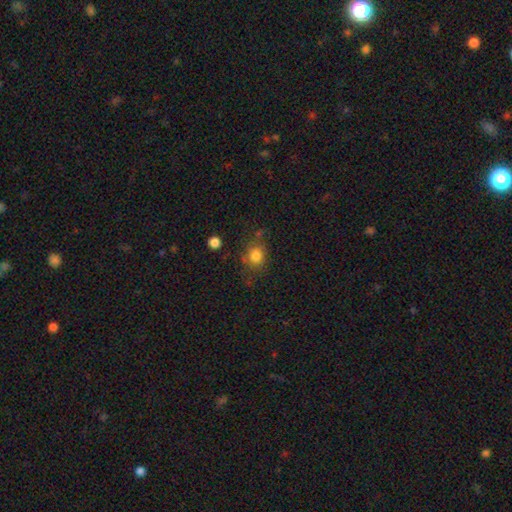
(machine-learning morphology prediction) Smooth or featured? smooth (81%)
How rounded? round (74%)
Merging? none (68%)